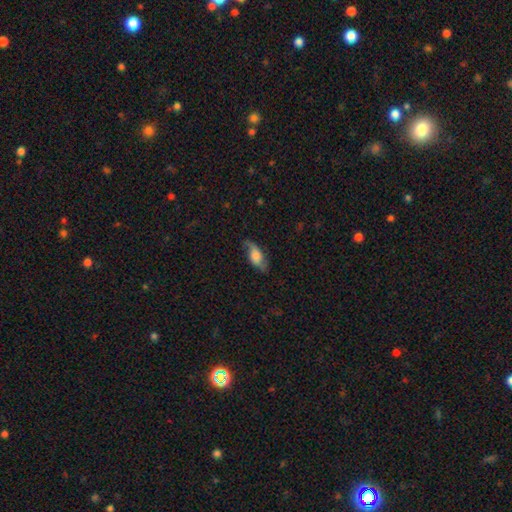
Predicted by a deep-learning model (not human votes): Smooth or featured?
  - smooth: 47% *
  - featured or disk: 45%
  - star or artifact: 8%
Merging?
  - none: 66% *
  - minor disturbance: 23%
  - major disturbance: 9%
  - merger: 2%